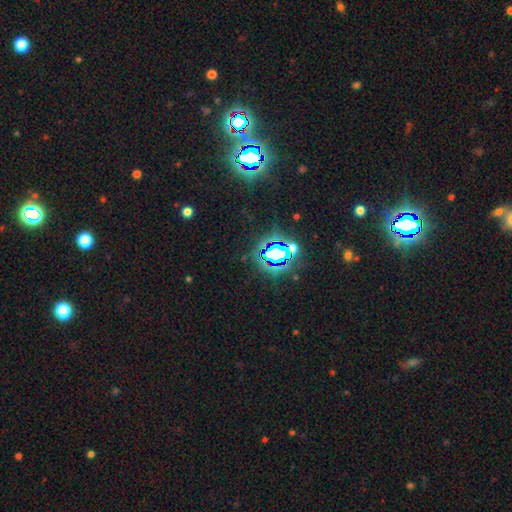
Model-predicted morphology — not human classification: This is clearly a star or artifact rather than a galaxy (82%).